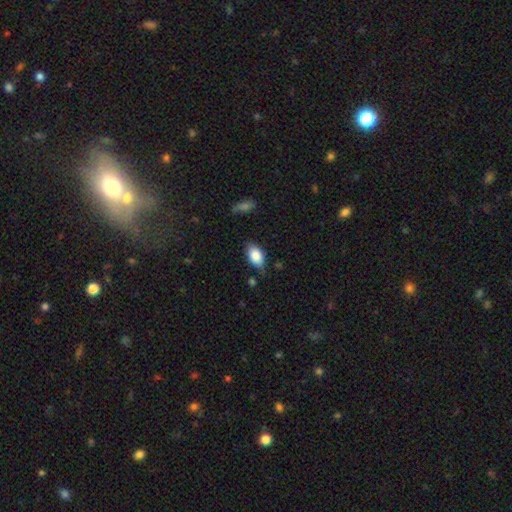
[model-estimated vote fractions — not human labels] Smooth or featured?
  - smooth: 85% *
  - featured or disk: 8%
  - star or artifact: 7%
How rounded?
  - in between: 91% *
  - round: 6%
  - cigar-shaped: 3%
Merging?
  - none: 71% *
  - minor disturbance: 22%
  - major disturbance: 4%
  - merger: 2%